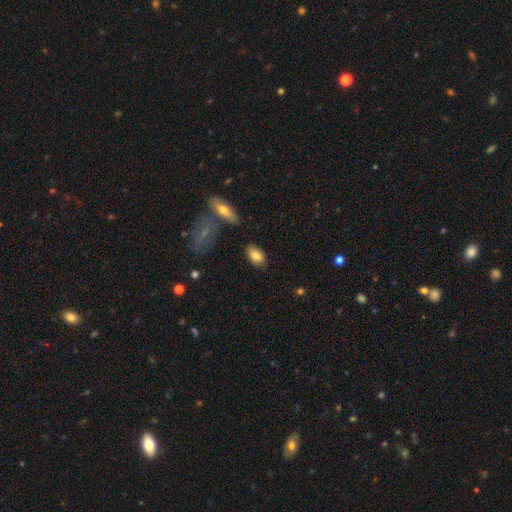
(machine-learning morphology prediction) Smooth or featured? Predicted: smooth (p=0.82). How rounded? Predicted: in between (p=0.91). Merging? Predicted: none (p=0.81).